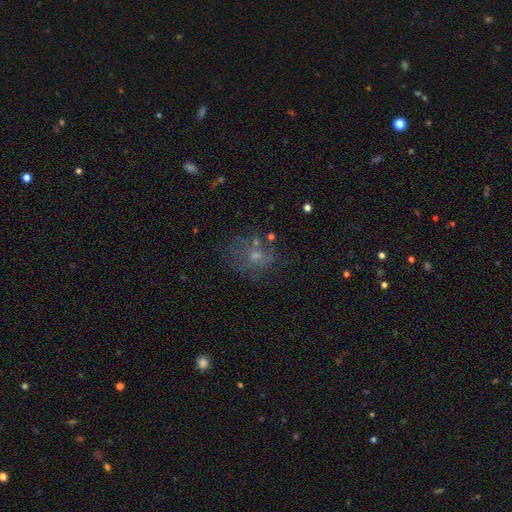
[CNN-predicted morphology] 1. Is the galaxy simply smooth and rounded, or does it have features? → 42% featured or disk, 39% smooth, 19% star or artifact.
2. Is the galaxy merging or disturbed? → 53% none, 21% minor disturbance, 19% major disturbance, 7% merger.